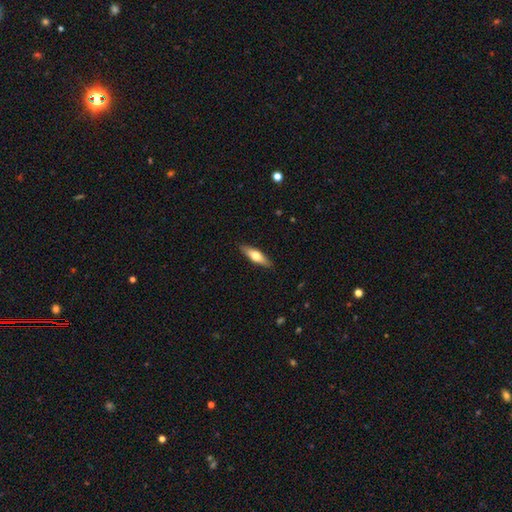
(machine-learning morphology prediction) A smooth galaxy with no disk features (58%) that is cigar-shaped (59%). Merging: none (89%).